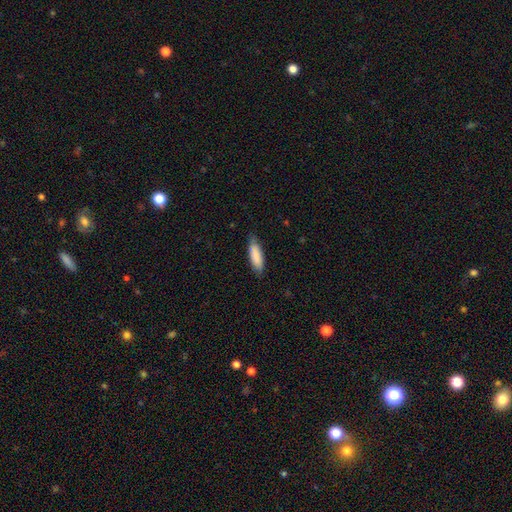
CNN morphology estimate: Smooth or featured? Predicted: smooth (p=0.86). How rounded? Predicted: cigar-shaped (p=0.52). Merging? Predicted: none (p=0.79).